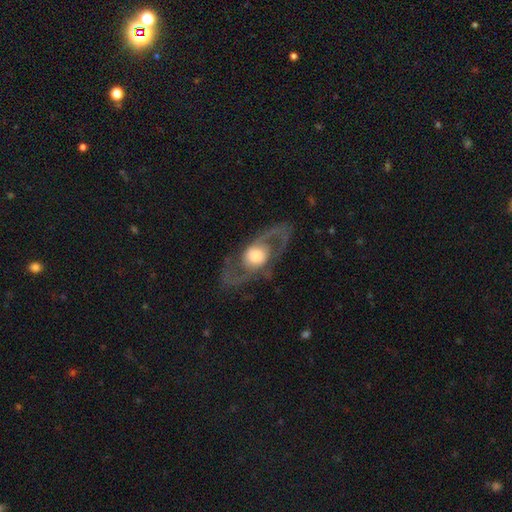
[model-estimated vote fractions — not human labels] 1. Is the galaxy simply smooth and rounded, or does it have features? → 79% featured or disk, 16% smooth, 5% star or artifact.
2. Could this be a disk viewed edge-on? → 90% no, 10% yes.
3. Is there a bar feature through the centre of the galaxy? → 71% no, 23% weak, 6% strong.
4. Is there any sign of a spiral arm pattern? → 78% yes, 22% no.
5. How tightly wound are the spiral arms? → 51% medium, 35% loose, 15% tight.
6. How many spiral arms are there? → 89% 2, 5% can't tell, 2% 1, 1% 3, 1% 4, 1% more than 4.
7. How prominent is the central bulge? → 49% large, 36% moderate, 8% dominant, 5% small, 1% none.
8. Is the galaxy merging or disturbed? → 73% none, 13% minor disturbance, 12% major disturbance, 1% merger.